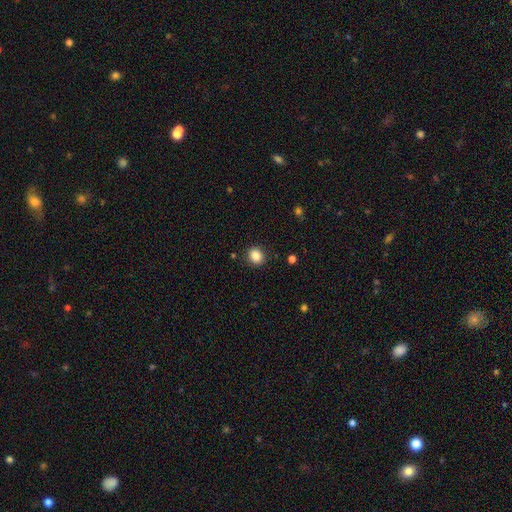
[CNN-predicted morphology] The model was most divided on "how rounded": round: 72%, in between: 27%, cigar-shaped: 1%. More confident: merging — none (89%); smooth or featured — smooth (86%).